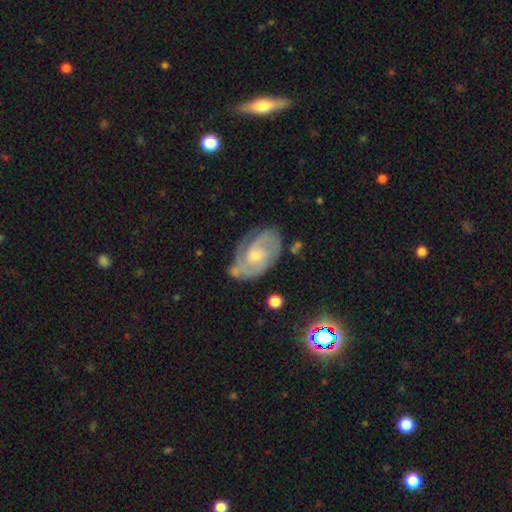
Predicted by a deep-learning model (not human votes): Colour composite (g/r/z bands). It shows a featured or disk galaxy (80%) with no bar (65%), 2 (51%) tight (49%) spiral arms (93%) and a small central bulge (58%). Merging: none (65%).